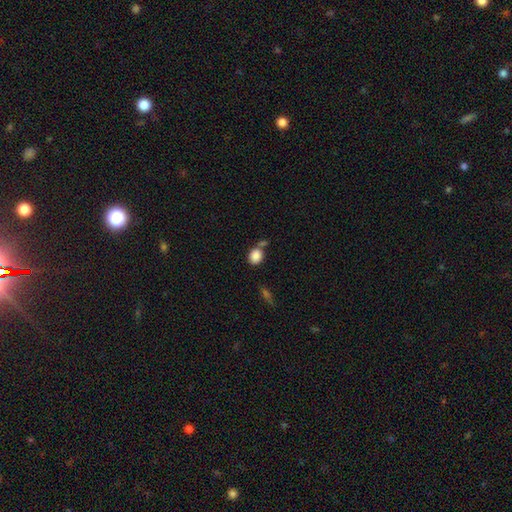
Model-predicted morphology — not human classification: Smooth or featured?
  - smooth: 86% *
  - star or artifact: 9%
  - featured or disk: 5%
How rounded?
  - round: 60% *
  - in between: 38%
  - cigar-shaped: 1%
Merging?
  - none: 56% *
  - merger: 24%
  - minor disturbance: 14%
  - major disturbance: 5%